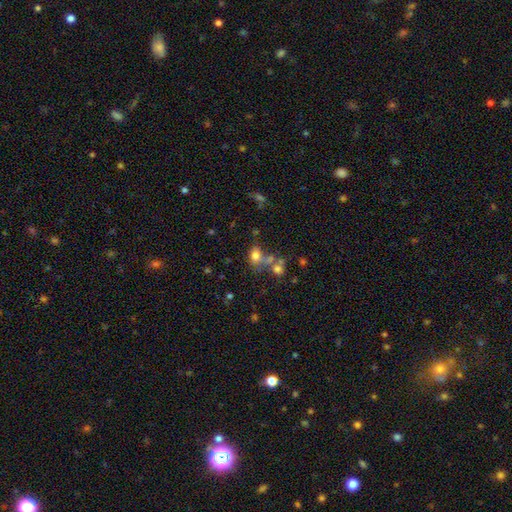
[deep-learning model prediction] Smooth or featured? Predicted: smooth (p=0.71). How rounded? Predicted: in between (p=0.61). Merging? Predicted: none (p=0.41).